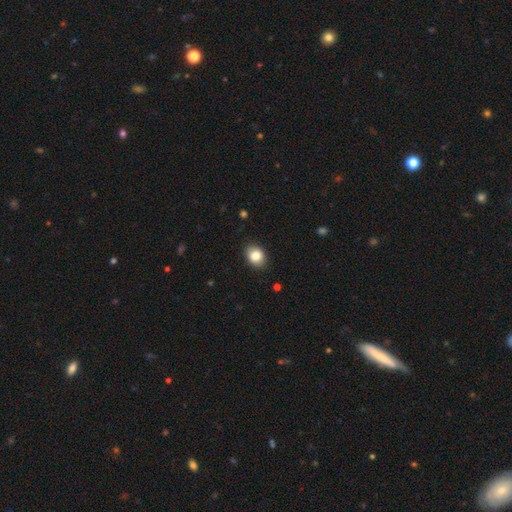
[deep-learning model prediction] Q: Smooth or featured?
A: smooth (85%); runner-up: star or artifact (9%)
Q: How rounded?
A: in between (56%); runner-up: round (43%)
Q: Merging?
A: none (87%); runner-up: minor disturbance (10%)